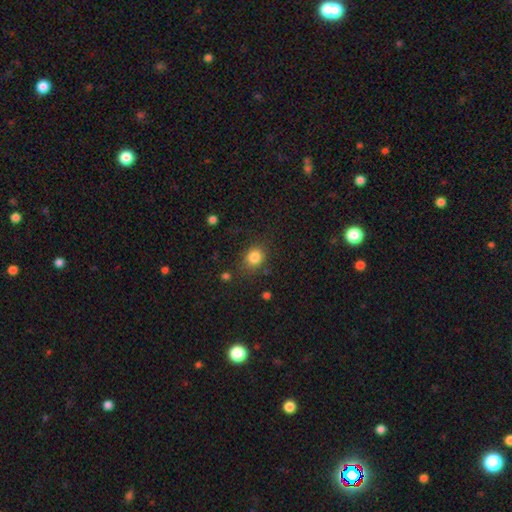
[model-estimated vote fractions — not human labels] Smooth or featured: smooth — 80% (star or artifact — 15%)
How rounded: round — 70% (in between — 29%)
Merging: none — 84% (minor disturbance — 11%)